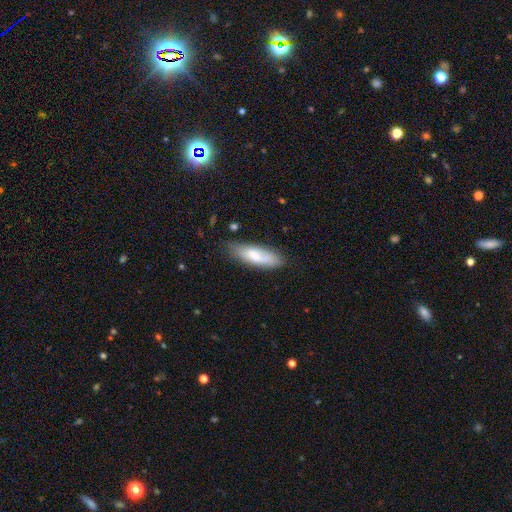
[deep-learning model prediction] A smooth galaxy with no disk features (75%) that is in between round and cigar-shaped (54%).

Vote fractions:
- Smooth or featured? smooth: 75% / featured or disk: 18% / star or artifact: 7%
- How rounded? in between: 54% / cigar-shaped: 44% / round: 2%
- Merging? none: 71% / minor disturbance: 22% / major disturbance: 5% / merger: 3%